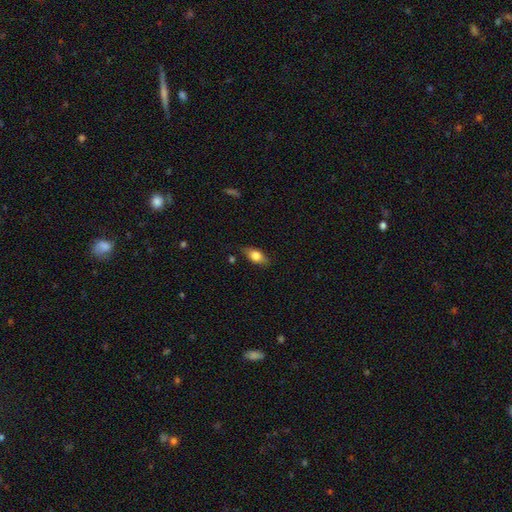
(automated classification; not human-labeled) Q: Smooth or featured?
A: smooth (74%); runner-up: featured or disk (19%)
Q: How rounded?
A: in between (83%); runner-up: cigar-shaped (10%)
Q: Merging?
A: none (78%); runner-up: minor disturbance (17%)